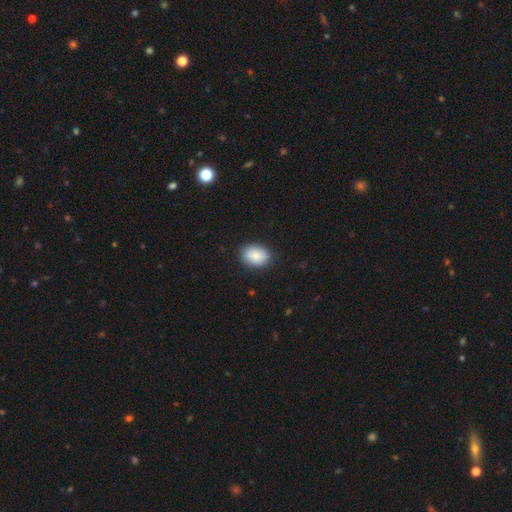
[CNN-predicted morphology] Smooth or featured?
  - smooth: 86% *
  - featured or disk: 7%
  - star or artifact: 7%
How rounded?
  - in between: 73% *
  - round: 26%
  - cigar-shaped: 1%
Merging?
  - none: 88% *
  - minor disturbance: 9%
  - major disturbance: 2%
  - merger: 1%